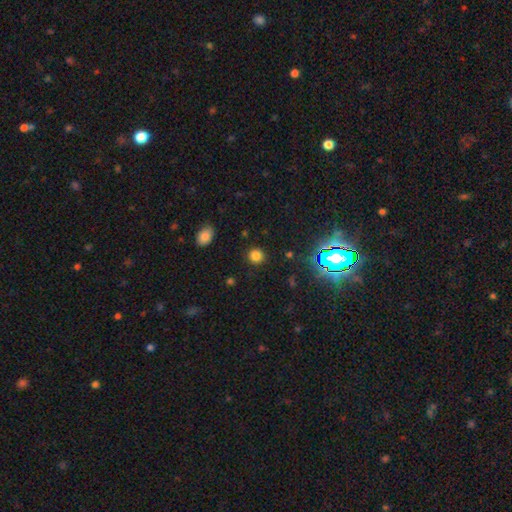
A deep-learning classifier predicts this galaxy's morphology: Smooth or featured: smooth — 77% (star or artifact — 18%)
How rounded: round — 91% (in between — 8%)
Merging: none — 89% (minor disturbance — 6%)